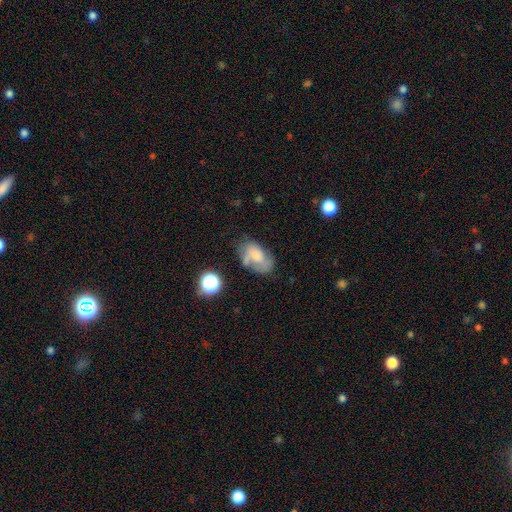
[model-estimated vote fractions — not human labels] smooth-or-featured: smooth: 51% | featured or disk: 38% | star or artifact: 11%
  how-rounded: in between: 88% | round: 11% | cigar-shaped: 2%
  merging: none: 46% | minor disturbance: 29% | major disturbance: 18% | merger: 8%